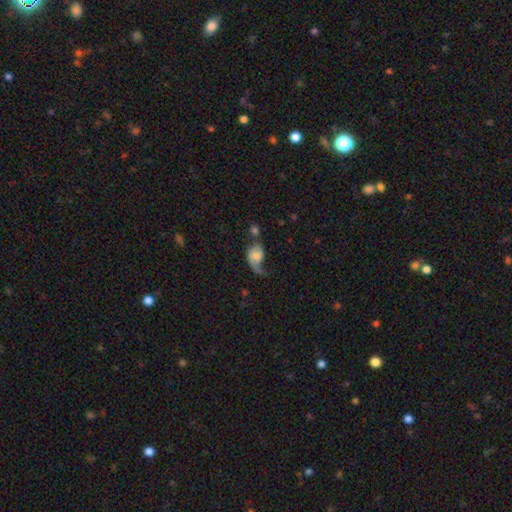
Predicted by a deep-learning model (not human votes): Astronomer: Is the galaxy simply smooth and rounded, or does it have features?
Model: featured or disk — 49% (runner-up: smooth, 43%).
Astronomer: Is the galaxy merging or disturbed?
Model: major disturbance — 37% (runner-up: none, 25%).